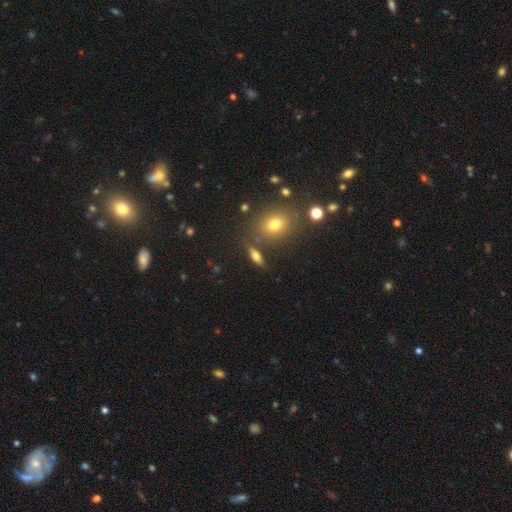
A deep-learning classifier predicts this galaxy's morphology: This is likely a smooth galaxy (63%). How rounded: possibly in between (58%). Merging: likely none (76%).